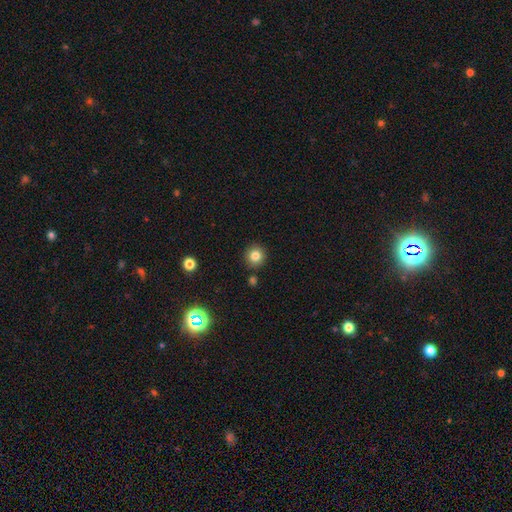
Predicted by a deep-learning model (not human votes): smooth 82%, star or artifact 12%, featured or disk 6%. Down the decision tree: how rounded — round (93%); merging — none (88%).